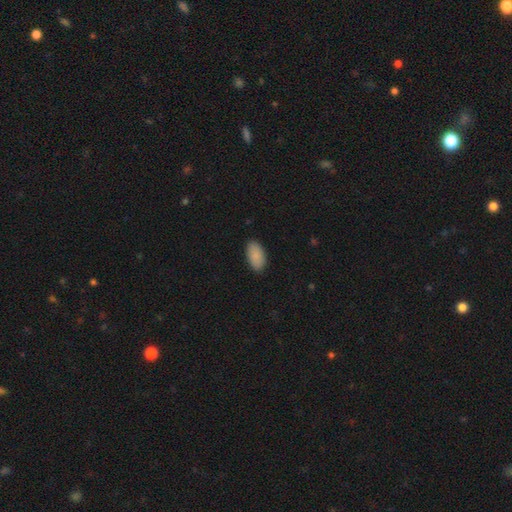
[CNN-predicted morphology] This appears to be a smooth galaxy with no disk features (89%) that is in between round and cigar-shaped (95%). Merging: none (87%).